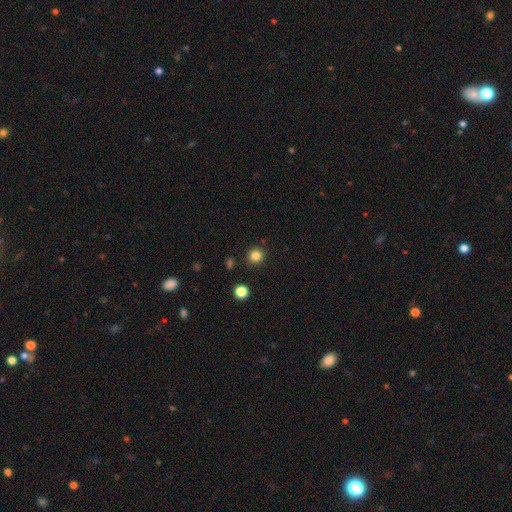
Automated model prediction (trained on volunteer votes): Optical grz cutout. It shows a smooth galaxy with no disk features (83%) that is round (92%). Merging: none (90%).